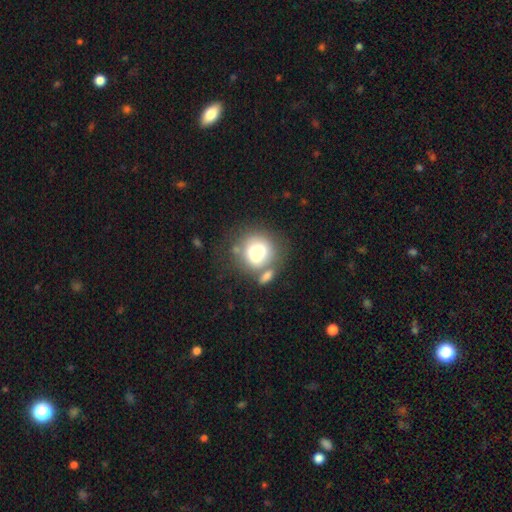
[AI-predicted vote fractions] Smooth or featured: smooth — 74% (featured or disk — 17%)
How rounded: round — 78% (in between — 20%)
Merging: none — 46% (merger — 29%)